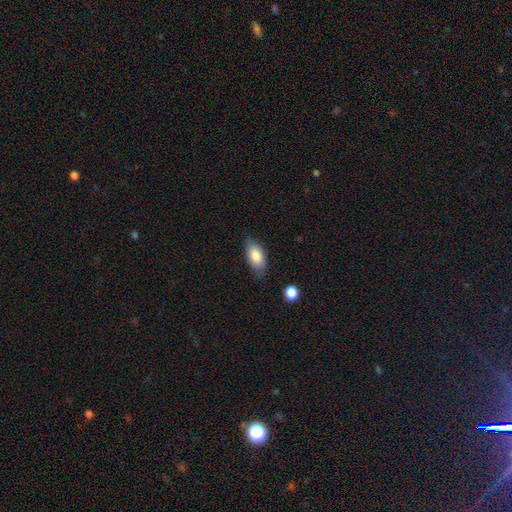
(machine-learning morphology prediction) Q: Smooth or featured?
A: smooth (82%); runner-up: featured or disk (11%)
Q: How rounded?
A: in between (91%); runner-up: cigar-shaped (5%)
Q: Merging?
A: none (76%); runner-up: minor disturbance (19%)